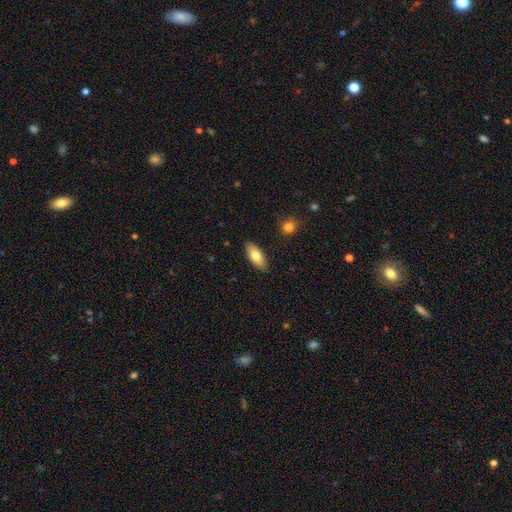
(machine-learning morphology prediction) Smooth or featured? Predicted: smooth (p=0.78). How rounded? Predicted: in between (p=0.83). Merging? Predicted: none (p=0.87).